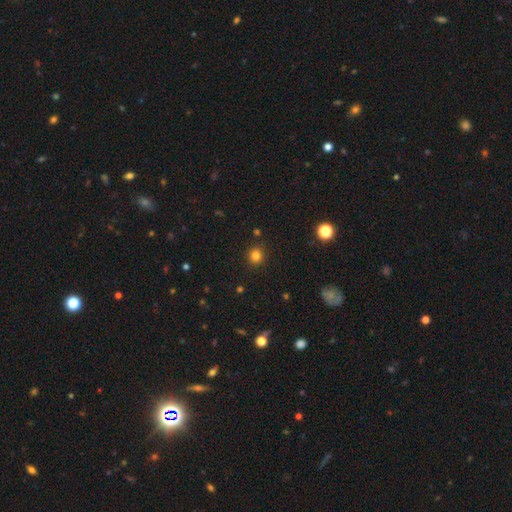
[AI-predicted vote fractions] Overall: smooth (81%). How rounded: round (92%). Merging: none (90%).